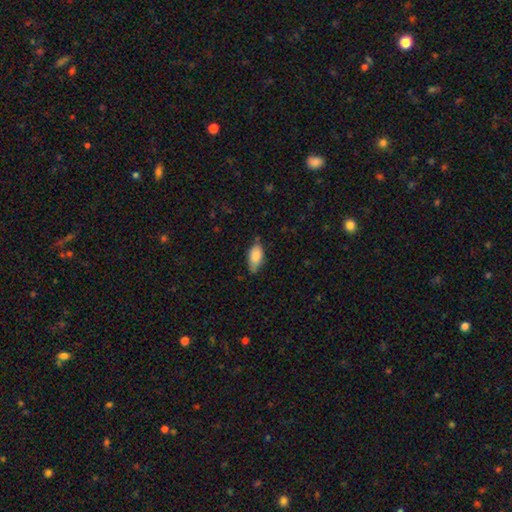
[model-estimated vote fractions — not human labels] smooth-or-featured: smooth: 82% | featured or disk: 12% | star or artifact: 7%
  how-rounded: in between: 89% | cigar-shaped: 8% | round: 3%
  merging: none: 64% | minor disturbance: 30% | major disturbance: 5% | merger: 2%